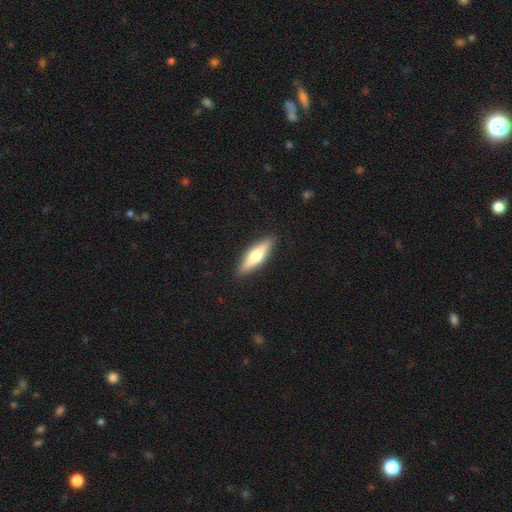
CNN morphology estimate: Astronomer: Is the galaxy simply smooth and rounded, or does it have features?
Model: smooth — 57% (runner-up: featured or disk, 38%).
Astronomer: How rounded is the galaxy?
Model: cigar-shaped — 62%.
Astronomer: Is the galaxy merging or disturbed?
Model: none — 89%.